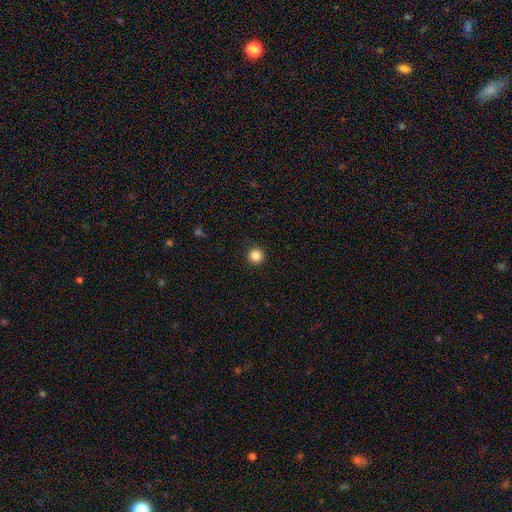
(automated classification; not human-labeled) Q: Smooth or featured?
A: smooth (86%); runner-up: star or artifact (11%)
Q: How rounded?
A: round (95%); runner-up: in between (4%)
Q: Merging?
A: none (92%); runner-up: minor disturbance (5%)